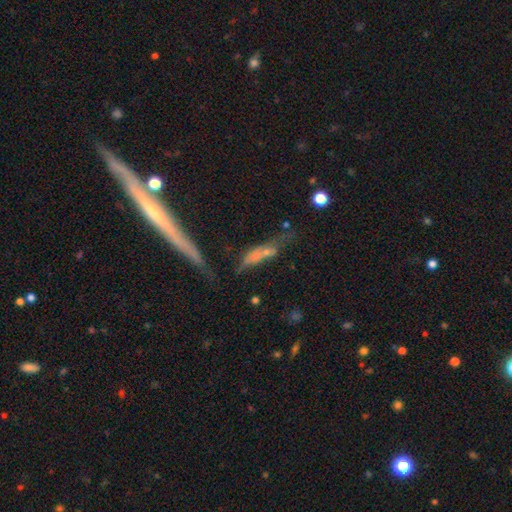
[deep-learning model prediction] This appears to be a smooth galaxy with no disk features (51%) that is cigar-shaped (72%). Merging: none (43%).